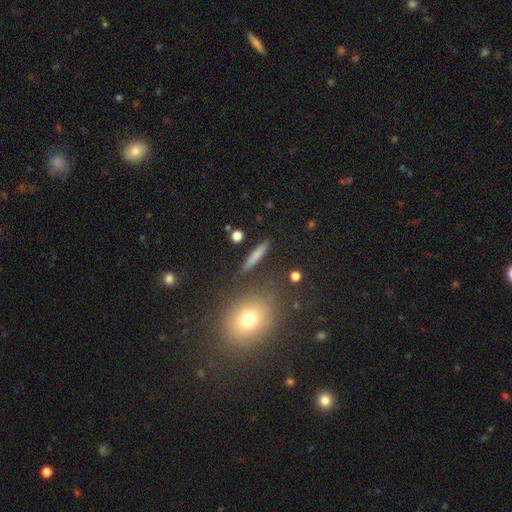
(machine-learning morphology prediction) A smooth galaxy with no disk features (71%) that is cigar-shaped (88%).

Vote fractions:
- Smooth or featured? smooth: 71% / featured or disk: 21% / star or artifact: 8%
- How rounded? cigar-shaped: 88% / in between: 8% / round: 4%
- Merging? none: 87% / minor disturbance: 8% / merger: 3% / major disturbance: 2%